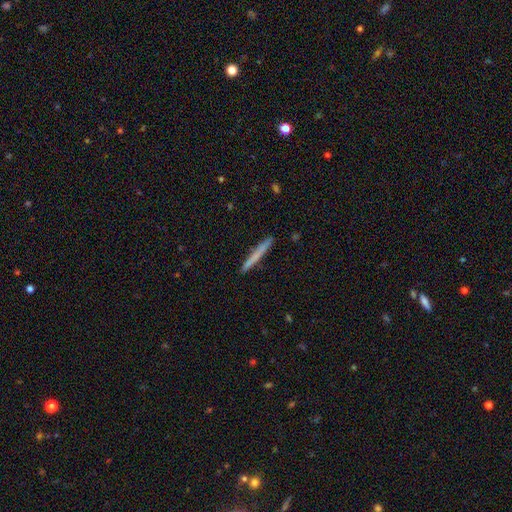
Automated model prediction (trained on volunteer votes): Overall: smooth (63%; featured or disk 31%). How rounded: cigar-shaped (97%). Merging: none (91%).